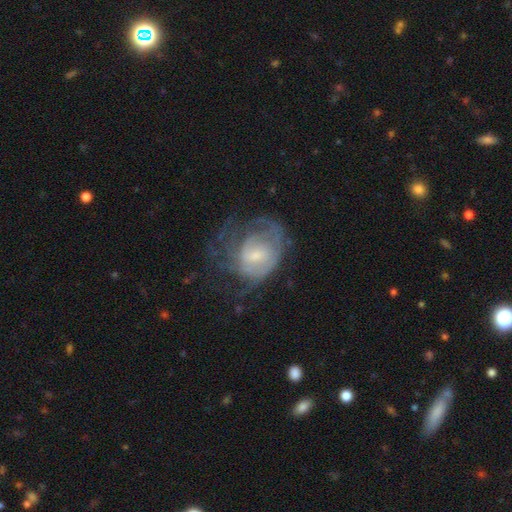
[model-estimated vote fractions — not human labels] Morphology: type=featured or disk (67%); edge-on=no (97%); bar=no (53%); spiral arms=yes (71%); bulge=small (55%); merging=none (39%).